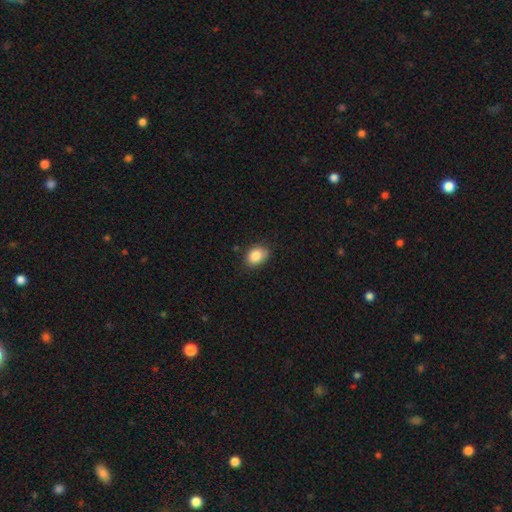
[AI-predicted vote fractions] Smooth or featured? Predicted: smooth (p=0.85). How rounded? Predicted: in between (p=0.65). Merging? Predicted: none (p=0.76).